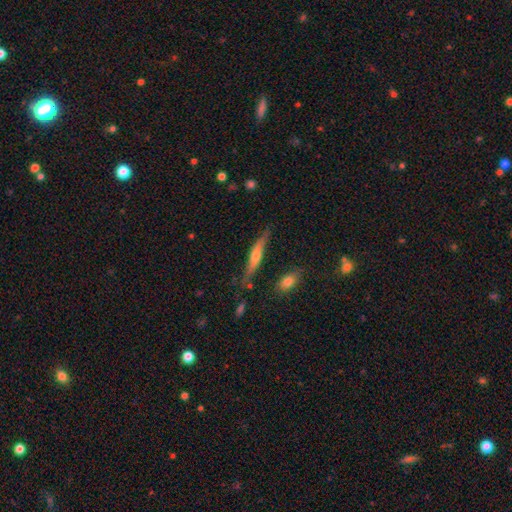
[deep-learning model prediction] Morphology: type=featured or disk (62%); edge-on=yes (93%); edge-on bulge=rounded (83%); merging=none (79%).